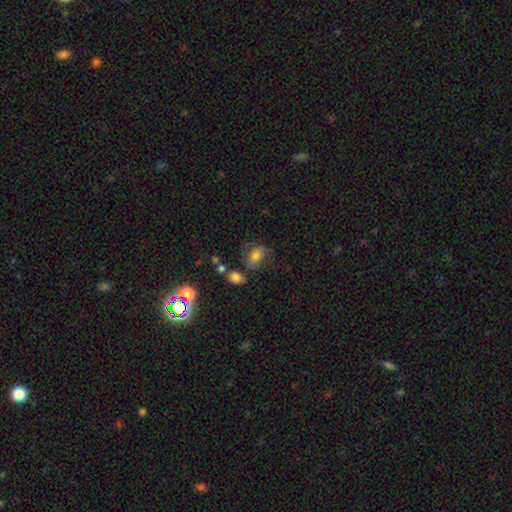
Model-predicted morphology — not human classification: Smooth or featured?
  - smooth: 62% *
  - featured or disk: 26%
  - star or artifact: 11%
How rounded?
  - in between: 65% *
  - round: 33%
  - cigar-shaped: 1%
Merging?
  - none: 49% *
  - minor disturbance: 25%
  - major disturbance: 19%
  - merger: 7%